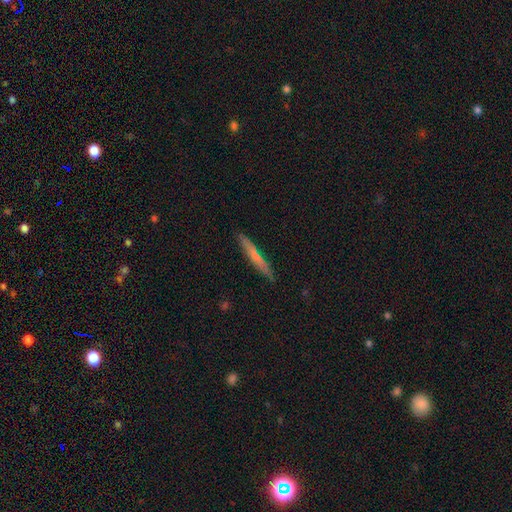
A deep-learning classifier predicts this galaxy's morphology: A smooth galaxy with no disk features (57%) that is cigar-shaped (95%). Merging: none (88%).